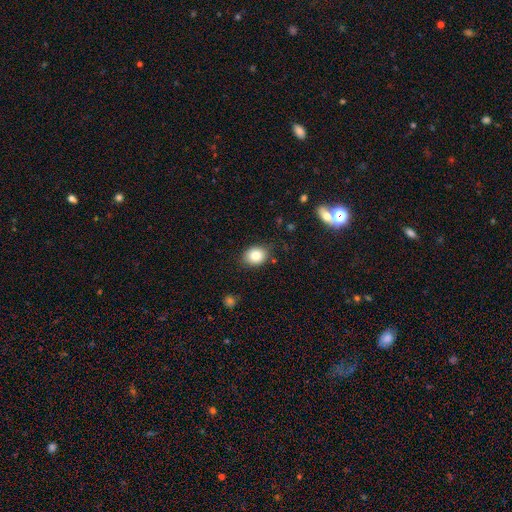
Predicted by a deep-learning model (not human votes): Overall: smooth (83%). How rounded: in between (51%; round 48%). Merging: none (83%).